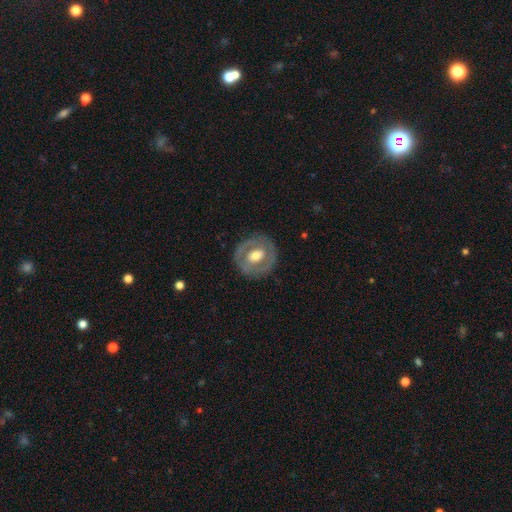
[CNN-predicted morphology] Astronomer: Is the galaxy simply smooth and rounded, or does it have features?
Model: featured or disk — 61%.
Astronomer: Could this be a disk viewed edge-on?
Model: no — 95%.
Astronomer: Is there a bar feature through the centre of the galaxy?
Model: no — 56%.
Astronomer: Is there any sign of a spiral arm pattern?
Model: no — 70%.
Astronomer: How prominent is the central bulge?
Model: moderate — 60%.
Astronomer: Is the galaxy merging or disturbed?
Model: none — 83%.